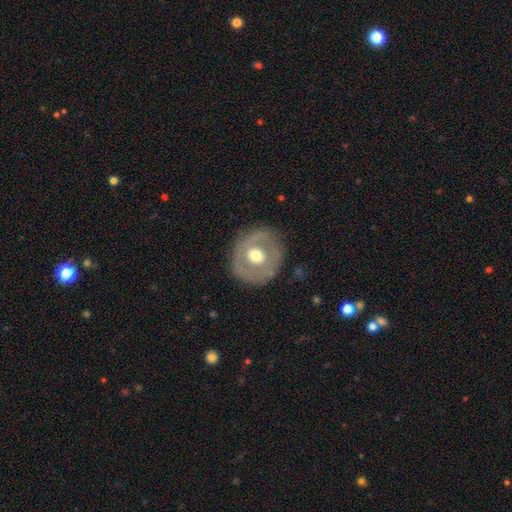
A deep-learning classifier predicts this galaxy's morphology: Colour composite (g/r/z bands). It shows a featured or disk galaxy (51%). Merging: none (80%).